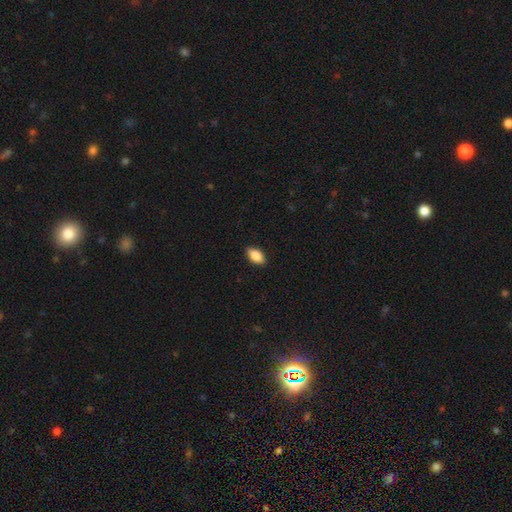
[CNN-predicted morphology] Smooth or featured? smooth (86%)
How rounded? in between (91%)
Merging? none (88%)